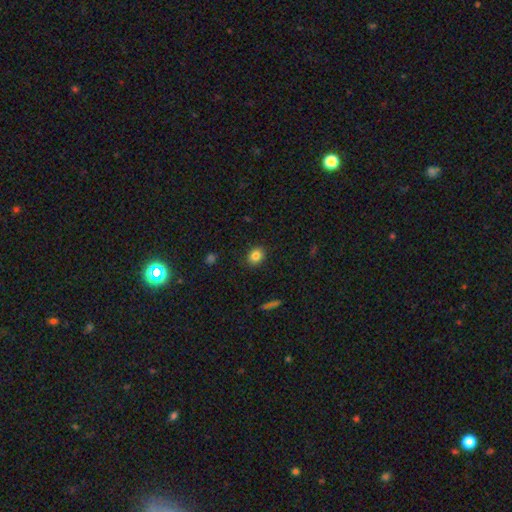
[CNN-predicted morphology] A smooth galaxy with no disk features (83%) that is round (61%).

Vote fractions:
- Smooth or featured? smooth: 83% / star or artifact: 10% / featured or disk: 7%
- How rounded? round: 61% / in between: 38% / cigar-shaped: 1%
- Merging? none: 89% / minor disturbance: 8% / major disturbance: 2% / merger: 1%